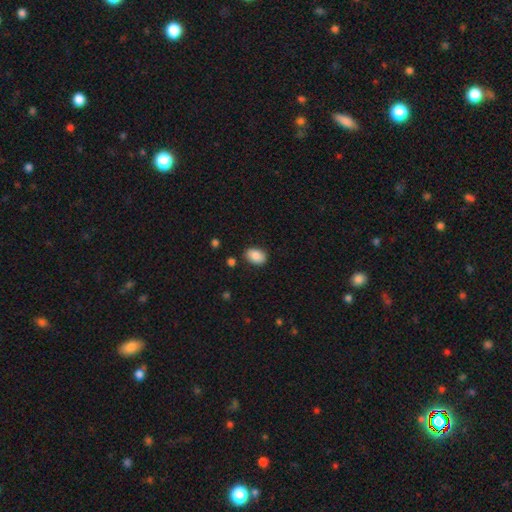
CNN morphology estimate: Smooth or featured: smooth — 86% (star or artifact — 7%)
How rounded: in between — 83% (round — 16%)
Merging: none — 84% (minor disturbance — 11%)